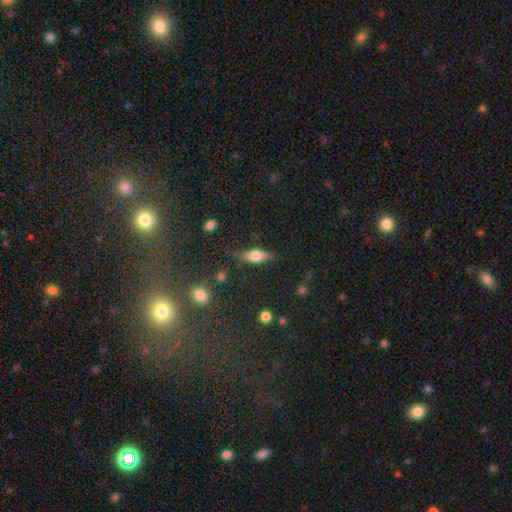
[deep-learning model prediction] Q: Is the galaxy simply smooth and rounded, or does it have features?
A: featured or disk — 45%, tied with smooth.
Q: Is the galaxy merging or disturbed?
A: none — 69%.